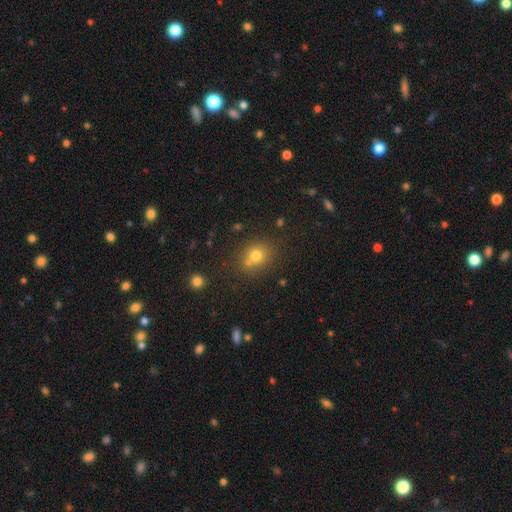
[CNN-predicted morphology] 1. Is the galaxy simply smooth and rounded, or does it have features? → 73% smooth, 16% star or artifact, 11% featured or disk.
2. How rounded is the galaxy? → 73% round, 26% in between, 1% cigar-shaped.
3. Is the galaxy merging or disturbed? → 64% none, 20% merger, 12% minor disturbance, 4% major disturbance.